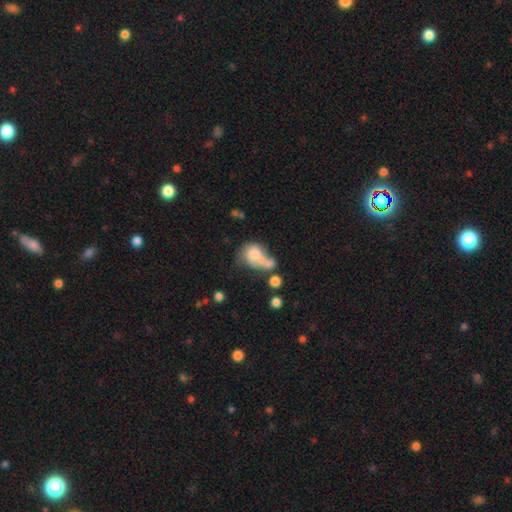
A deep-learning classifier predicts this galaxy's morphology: Smooth or featured? smooth (67%)
How rounded? round (58%)
Merging? merger (56%)